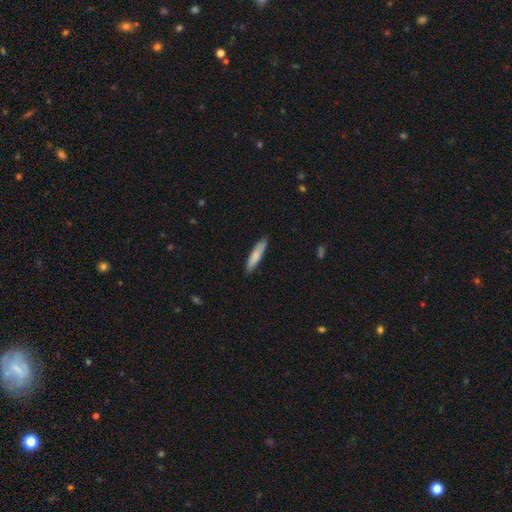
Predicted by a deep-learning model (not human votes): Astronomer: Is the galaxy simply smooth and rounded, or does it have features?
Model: smooth — 82%.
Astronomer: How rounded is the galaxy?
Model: cigar-shaped — 81%.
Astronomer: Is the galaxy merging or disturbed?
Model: none — 87%.